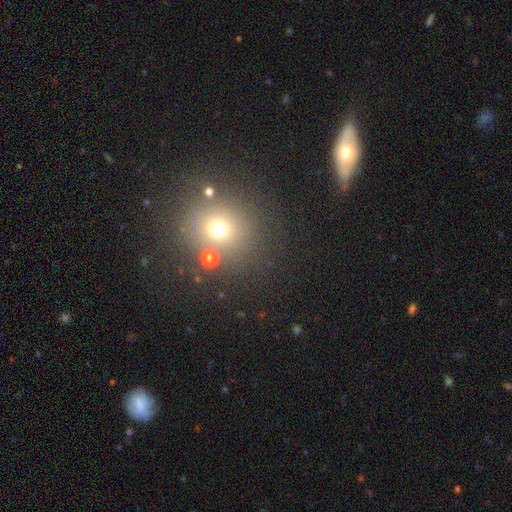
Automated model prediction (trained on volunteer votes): The model was most divided on "smooth or featured": smooth: 51%, star or artifact: 34%, featured or disk: 15%. More confident: how rounded — round (84%); merging — none (77%).